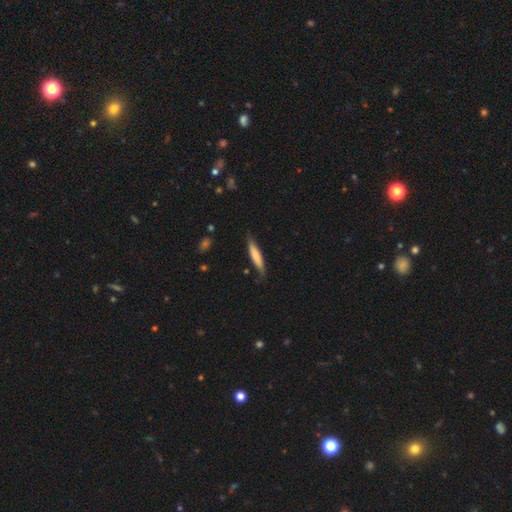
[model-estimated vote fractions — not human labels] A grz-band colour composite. It shows a smooth galaxy with no disk features (71%) that is cigar-shaped (87%). Merging: none (72%).